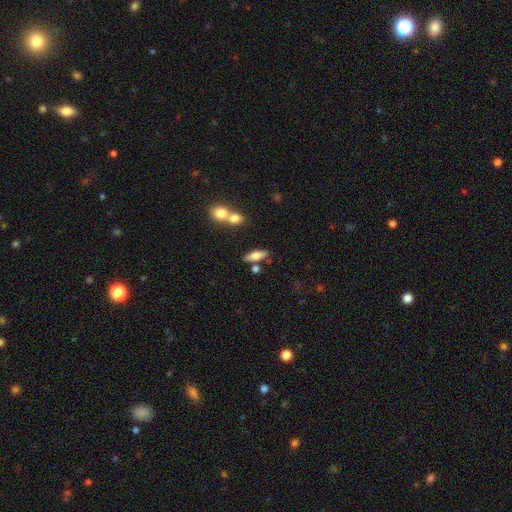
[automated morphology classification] smooth 71%, featured or disk 22%, star or artifact 8%. Down the decision tree: how rounded — in between (62%); merging — none (70%).